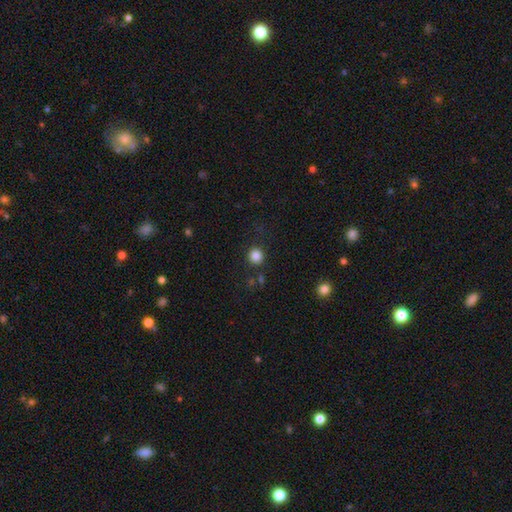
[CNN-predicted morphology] type=smooth (85%); roundness=round (93%); merging=none (86%).